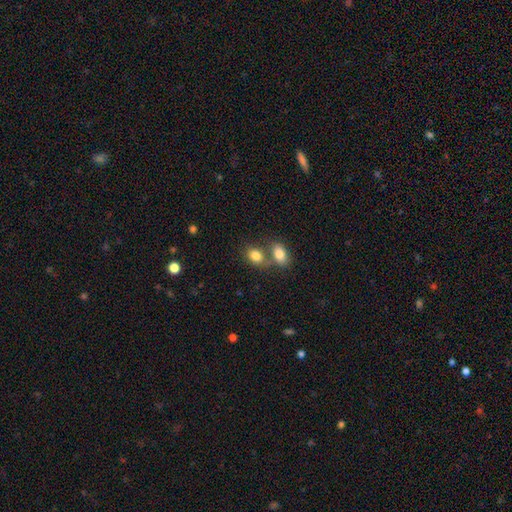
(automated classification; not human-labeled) Q: Smooth or featured?
A: smooth (82%); runner-up: star or artifact (9%)
Q: How rounded?
A: in between (74%); runner-up: round (25%)
Q: Merging?
A: merger (48%); runner-up: none (39%)